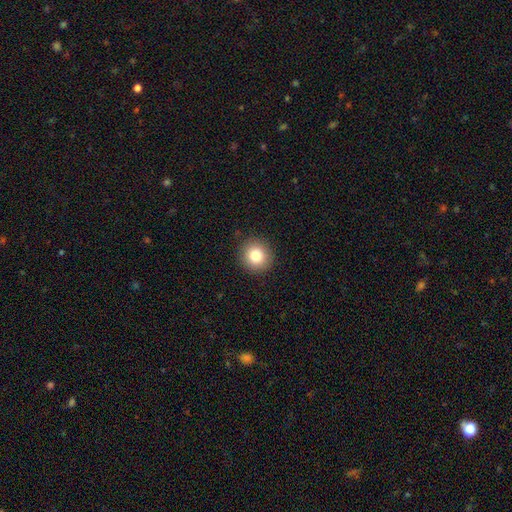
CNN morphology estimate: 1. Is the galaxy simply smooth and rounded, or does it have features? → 83% smooth, 10% star or artifact, 7% featured or disk.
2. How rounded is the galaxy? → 92% round, 8% in between, 1% cigar-shaped.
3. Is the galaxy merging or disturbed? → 91% none, 6% minor disturbance, 2% major disturbance, 1% merger.